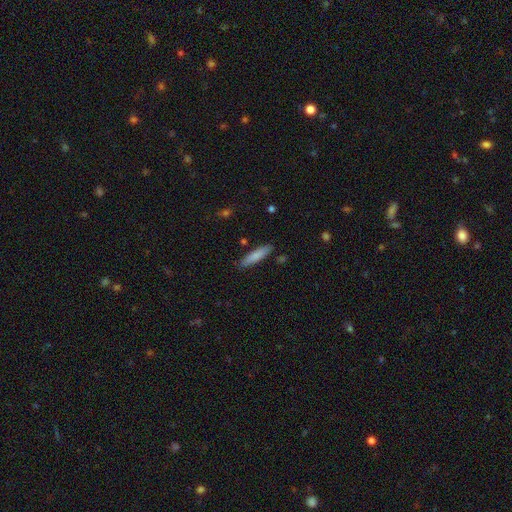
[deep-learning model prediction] Smooth or featured? Predicted: smooth (p=0.80). How rounded? Predicted: cigar-shaped (p=0.83). Merging? Predicted: none (p=0.87).